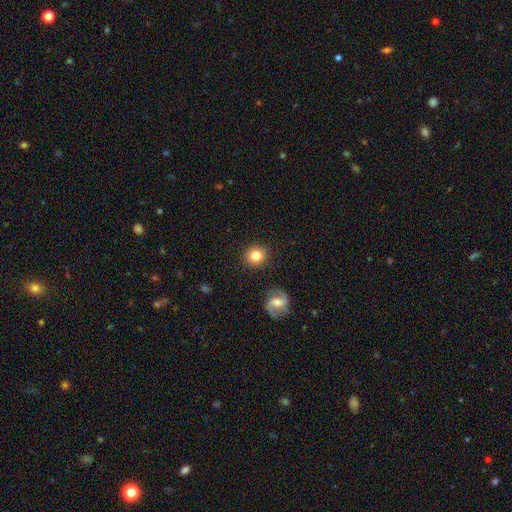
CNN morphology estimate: This appears to be a smooth galaxy with no disk features (81%) that is round (88%). Merging: none (89%).